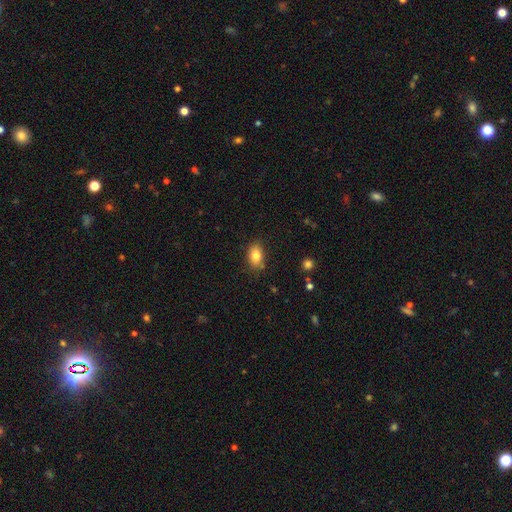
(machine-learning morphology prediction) smooth_or_featured: smooth (p=0.82) [alt: star or artifact p=0.09]
how_rounded: in between (p=0.83) [alt: round p=0.15]
merging: none (p=0.80) [alt: minor disturbance p=0.15]